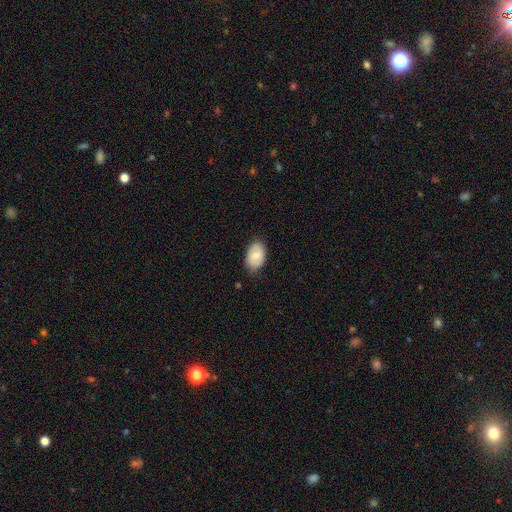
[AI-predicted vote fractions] The model was most divided on "merging": none: 73%, minor disturbance: 22%, major disturbance: 4%, merger: 1%. More confident: how rounded — in between (89%); smooth or featured — smooth (75%).